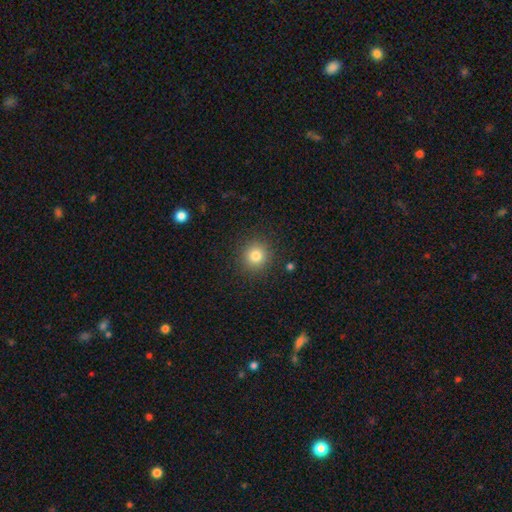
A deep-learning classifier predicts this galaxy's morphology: smooth 81%, star or artifact 13%, featured or disk 7%. Down the decision tree: how rounded — round (92%); merging — none (90%).